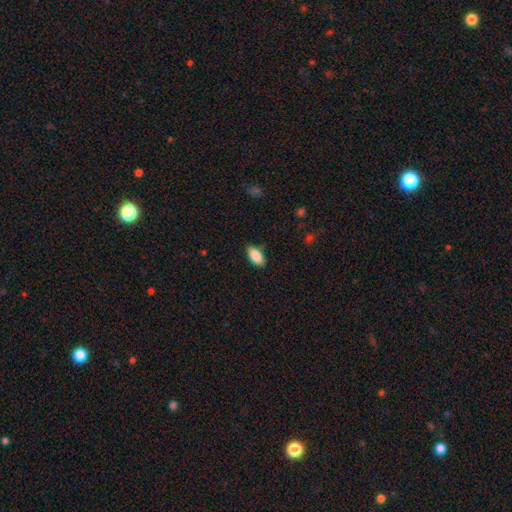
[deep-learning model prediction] smooth-or-featured: smooth: 88% | star or artifact: 7% | featured or disk: 6%
  how-rounded: in between: 91% | cigar-shaped: 6% | round: 2%
  merging: none: 85% | minor disturbance: 12% | major disturbance: 2% | merger: 1%